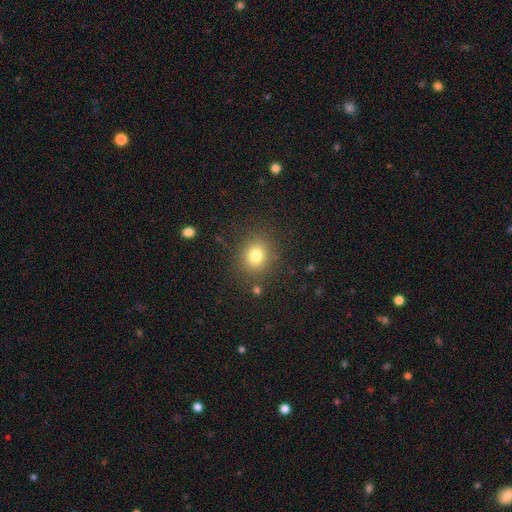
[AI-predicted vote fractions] Smooth or featured? Predicted: smooth (p=0.78). How rounded? Predicted: round (p=0.75). Merging? Predicted: none (p=0.85).